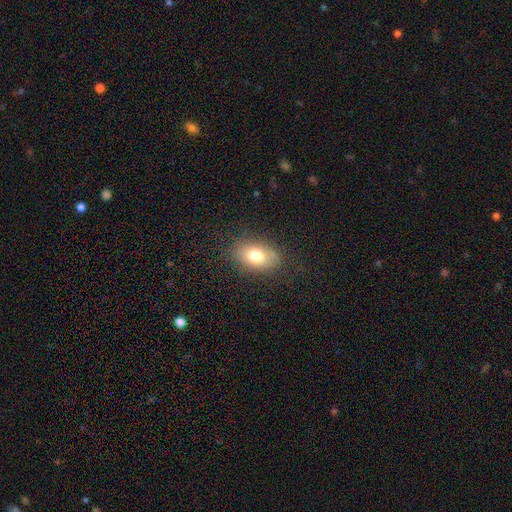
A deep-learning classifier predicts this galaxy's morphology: A smooth galaxy with no disk features (76%) that is in between round and cigar-shaped (86%).

Vote fractions:
- Smooth or featured? smooth: 76% / featured or disk: 15% / star or artifact: 9%
- How rounded? in between: 86% / round: 13% / cigar-shaped: 2%
- Merging? none: 82% / minor disturbance: 13% / major disturbance: 4% / merger: 1%